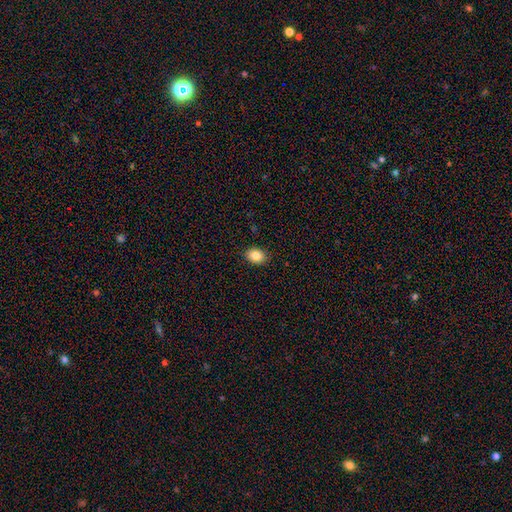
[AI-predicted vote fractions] smooth-or-featured: smooth: 85% | star or artifact: 9% | featured or disk: 6%
  how-rounded: in between: 68% | round: 31% | cigar-shaped: 1%
  merging: none: 89% | minor disturbance: 8% | major disturbance: 2% | merger: 1%